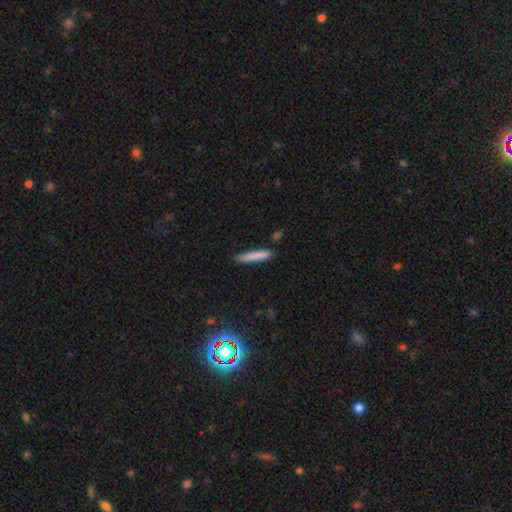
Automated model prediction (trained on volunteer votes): Q: Smooth or featured?
A: smooth (82%); runner-up: featured or disk (11%)
Q: How rounded?
A: cigar-shaped (92%); runner-up: in between (6%)
Q: Merging?
A: none (86%); runner-up: minor disturbance (10%)